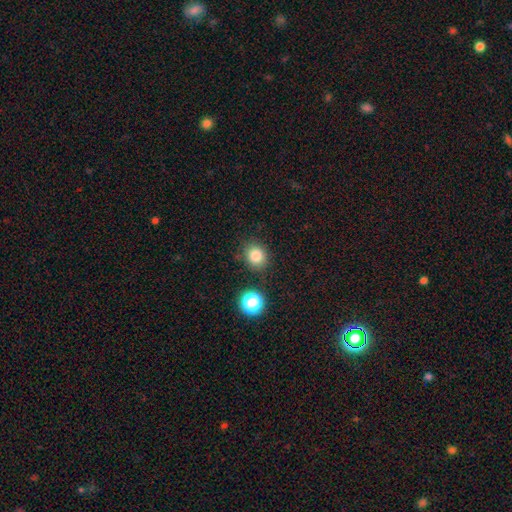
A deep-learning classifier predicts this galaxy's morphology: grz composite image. It shows a smooth galaxy with no disk features (82%) that is round (80%). Merging: none (82%).